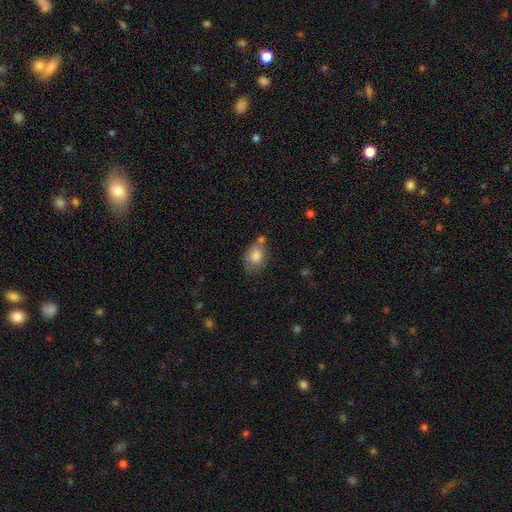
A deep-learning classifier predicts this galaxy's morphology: Overall: smooth (81%). How rounded: in between (73%). Merging: none (49%; minor disturbance 25%).